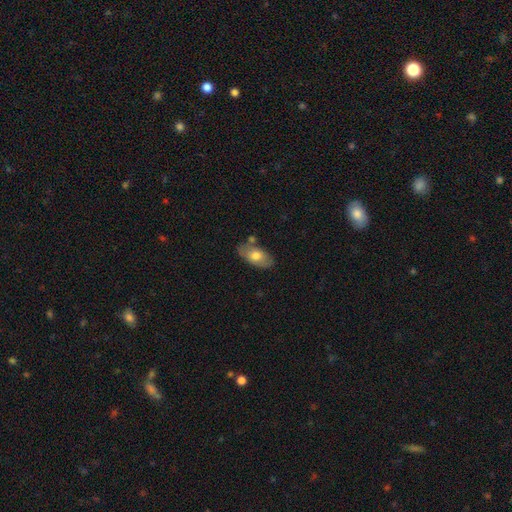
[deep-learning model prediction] Q: Smooth or featured?
A: smooth (69%); runner-up: featured or disk (25%)
Q: How rounded?
A: in between (92%); runner-up: round (4%)
Q: Merging?
A: none (71%); runner-up: minor disturbance (17%)